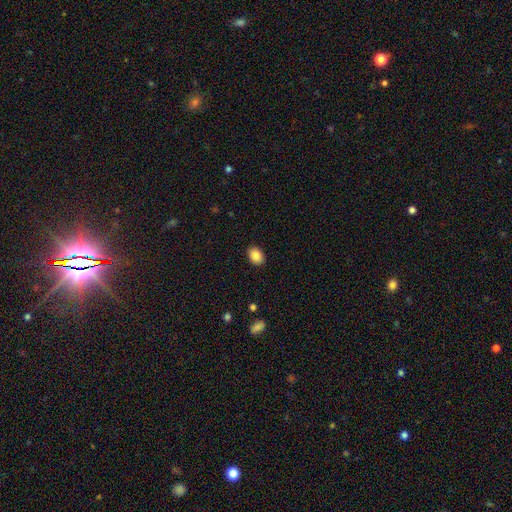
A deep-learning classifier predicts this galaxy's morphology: Smooth or featured? Predicted: smooth (p=0.88). How rounded? Predicted: in between (p=0.77). Merging? Predicted: none (p=0.89).